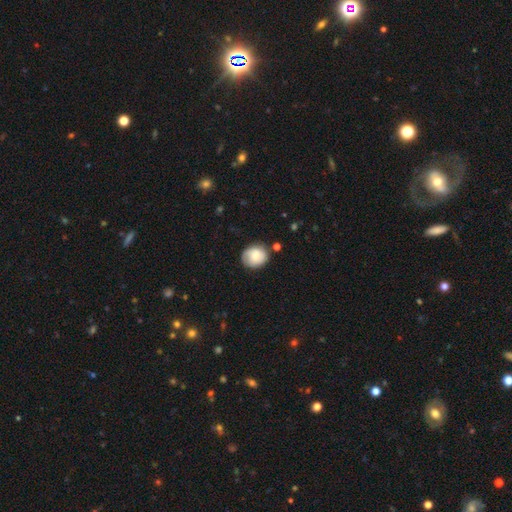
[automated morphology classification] Smooth or featured?
  - smooth: 66% *
  - featured or disk: 26%
  - star or artifact: 8%
How rounded?
  - round: 70% *
  - in between: 29%
  - cigar-shaped: 1%
Merging?
  - none: 73% *
  - minor disturbance: 19%
  - major disturbance: 5%
  - merger: 3%